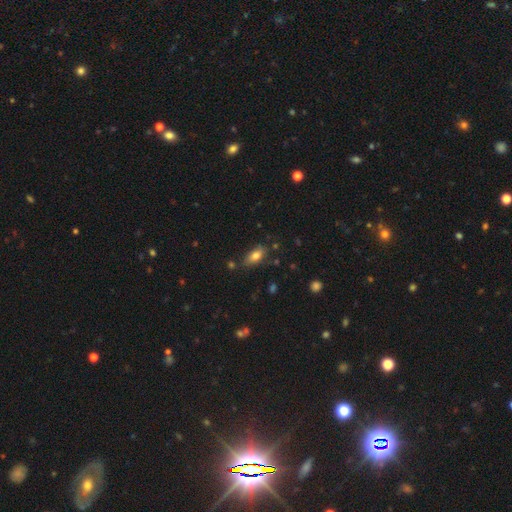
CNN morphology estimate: This is likely a smooth galaxy (78%). How rounded: clearly in between (86%). Merging: likely none (73%).